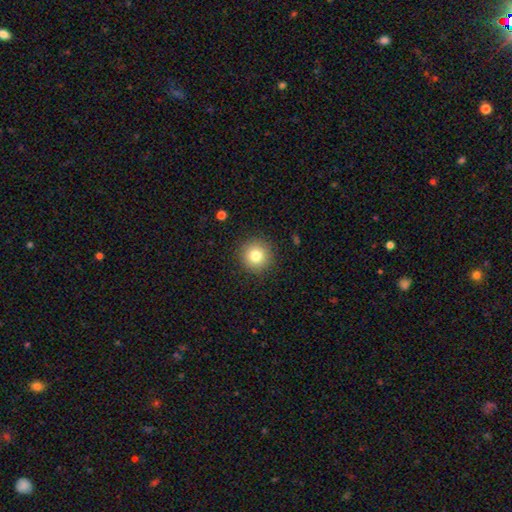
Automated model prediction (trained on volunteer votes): smooth-or-featured: smooth: 80% | star or artifact: 11% | featured or disk: 9%
  how-rounded: round: 95% | in between: 4% | cigar-shaped: 1%
  merging: none: 91% | minor disturbance: 6% | major disturbance: 2% | merger: 1%